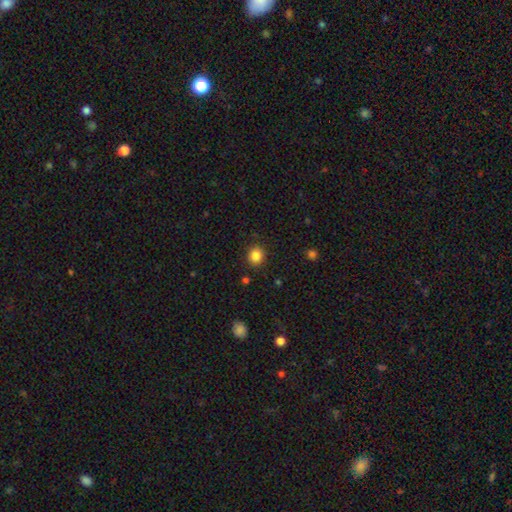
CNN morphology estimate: smooth 85%, star or artifact 11%, featured or disk 4%. Down the decision tree: how rounded — round (81%); merging — none (90%).